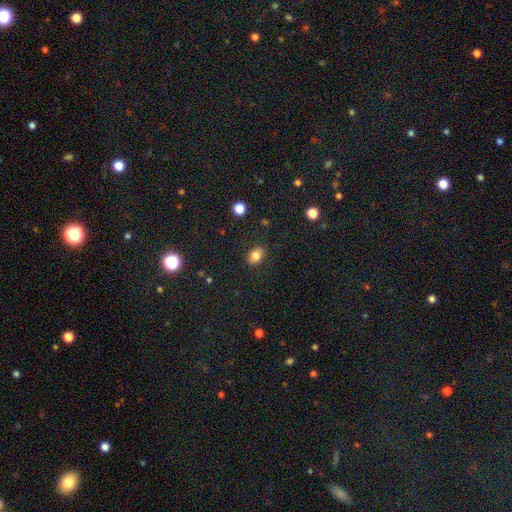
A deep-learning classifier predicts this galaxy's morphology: Smooth or featured? smooth (82%)
How rounded? in between (74%)
Merging? none (86%)